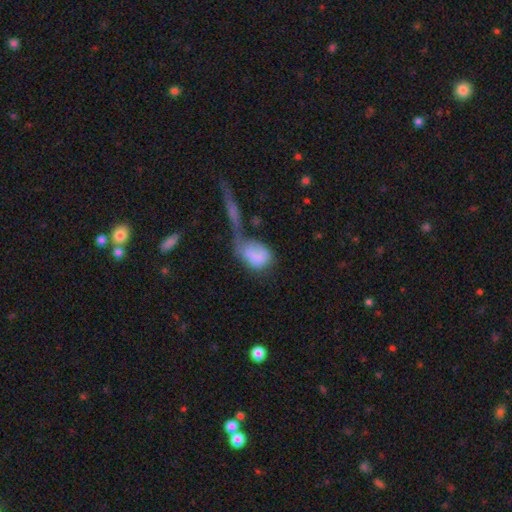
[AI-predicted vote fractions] Smooth or featured? smooth (69%)
How rounded? in between (79%)
Merging? merger (38%)